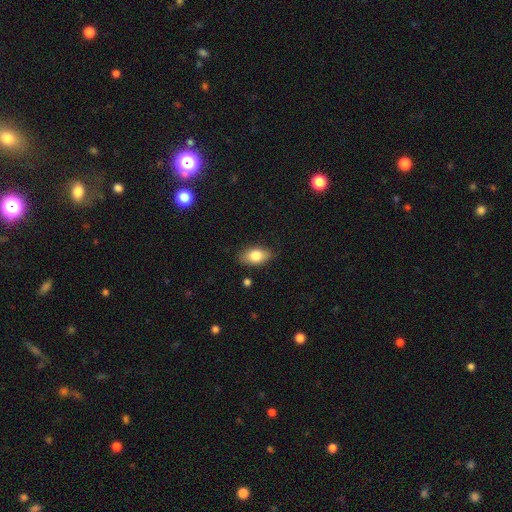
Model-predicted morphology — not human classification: Smooth or featured?
  - smooth: 79% *
  - featured or disk: 13%
  - star or artifact: 7%
How rounded?
  - in between: 90% *
  - round: 7%
  - cigar-shaped: 3%
Merging?
  - none: 82% *
  - minor disturbance: 14%
  - major disturbance: 3%
  - merger: 1%